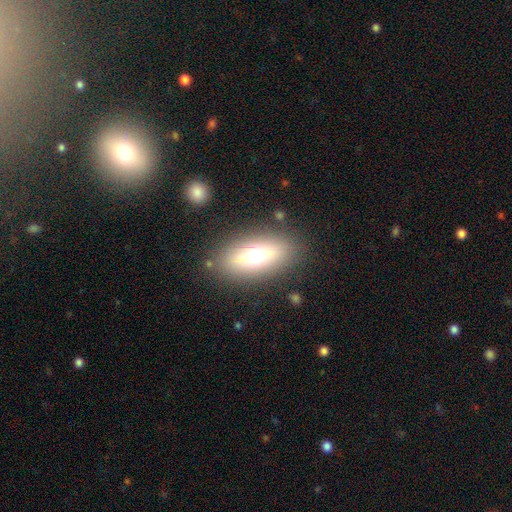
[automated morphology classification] Smooth or featured: smooth — 57% (featured or disk — 33%)
How rounded: in between — 74% (cigar-shaped — 20%)
Merging: none — 84% (minor disturbance — 10%)